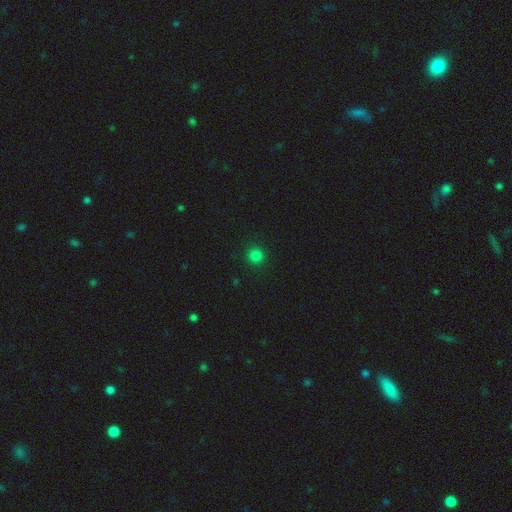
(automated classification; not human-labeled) Smooth or featured? Predicted: smooth (p=0.82). How rounded? Predicted: round (p=0.95). Merging? Predicted: none (p=0.92).